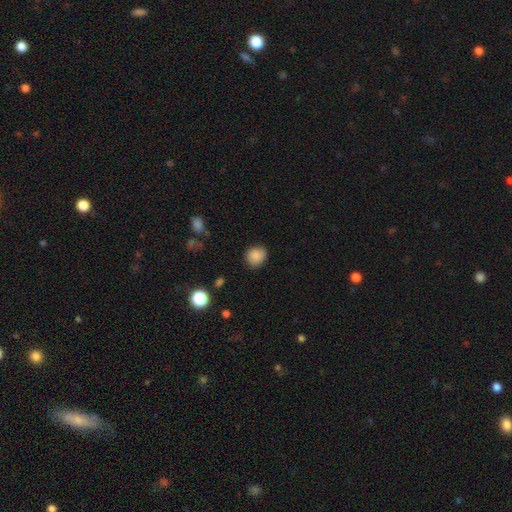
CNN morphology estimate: smooth_or_featured: smooth (p=0.86) [alt: star or artifact p=0.10]
how_rounded: round (p=0.75) [alt: in between p=0.24]
merging: none (p=0.82) [alt: minor disturbance p=0.14]